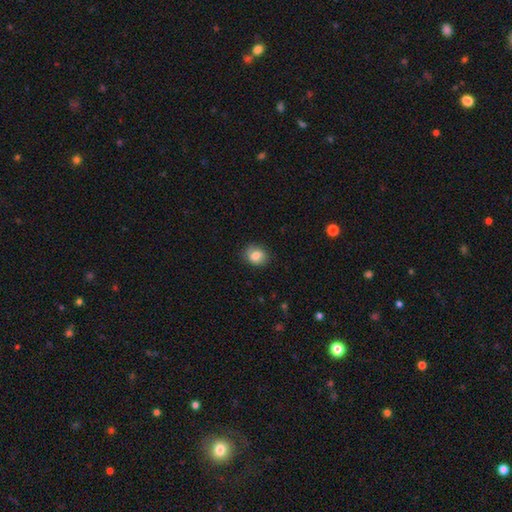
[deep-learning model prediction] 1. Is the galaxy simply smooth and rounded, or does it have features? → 80% smooth, 11% featured or disk, 9% star or artifact.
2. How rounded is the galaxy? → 50% round, 49% in between, 1% cigar-shaped.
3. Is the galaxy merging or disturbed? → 81% none, 14% minor disturbance, 3% major disturbance, 1% merger.